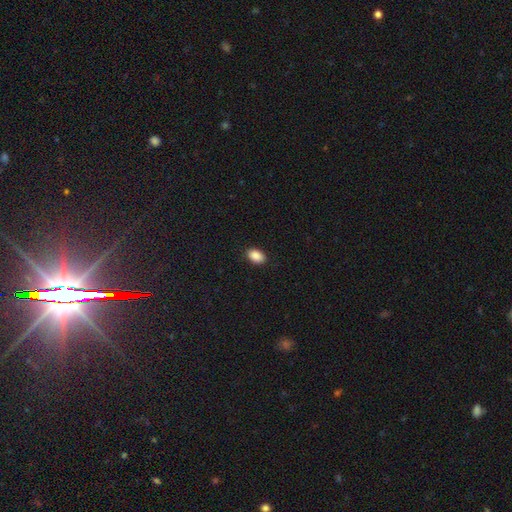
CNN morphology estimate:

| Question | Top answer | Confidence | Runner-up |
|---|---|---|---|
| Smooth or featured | smooth | 89% | star or artifact (8%) |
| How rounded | in between | 88% | round (10%) |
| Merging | none | 89% | minor disturbance (8%) |